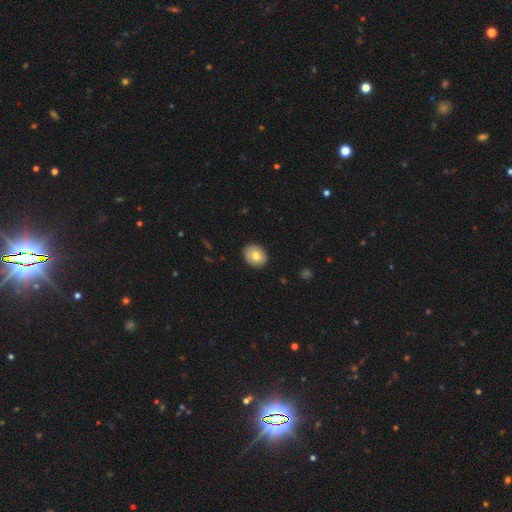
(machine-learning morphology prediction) Smooth or featured? Predicted: smooth (p=0.76). How rounded? Predicted: round (p=0.58). Merging? Predicted: none (p=0.89).